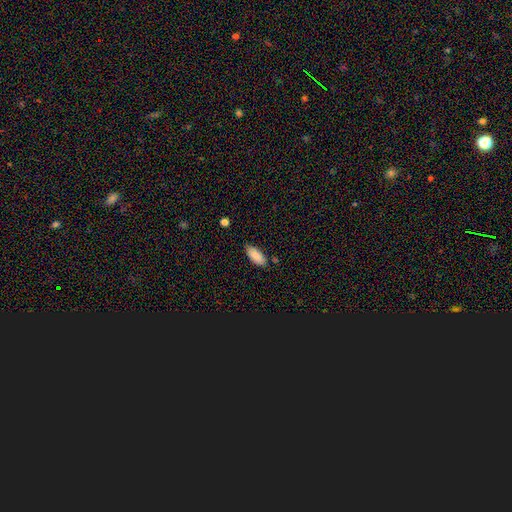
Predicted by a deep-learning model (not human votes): smooth 88%, star or artifact 7%, featured or disk 5%. Down the decision tree: how rounded — in between (83%); merging — none (79%).